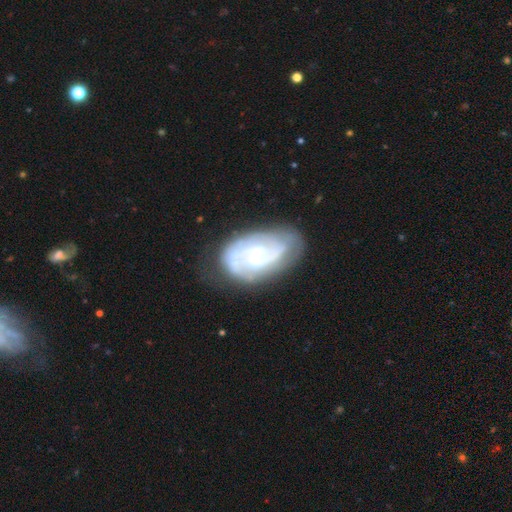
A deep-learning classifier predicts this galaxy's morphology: A featured or disk galaxy (77%) with a weak bar (49%), 2 (46%) tight (51%) spiral arms (89%) and a small central bulge (56%).

Vote fractions:
- Smooth or featured? featured or disk: 77% / smooth: 17% / star or artifact: 7%
- Edge-on disk? no: 96% / yes: 4%
- Bar? weak: 49% / no: 35% / strong: 16%
- Spiral arms? yes: 89% / no: 11%
- Spiral winding? tight: 51% / medium: 37% / loose: 12%
- Spiral arm count? 2: 46% / can't tell: 31% / 3: 12% / 1: 5% / 4: 3% / more than 4: 3%
- Bulge size? small: 56% / moderate: 28% / none: 12% / large: 3% / dominant: 1%
- Merging? none: 65% / minor disturbance: 22% / major disturbance: 10% / merger: 2%